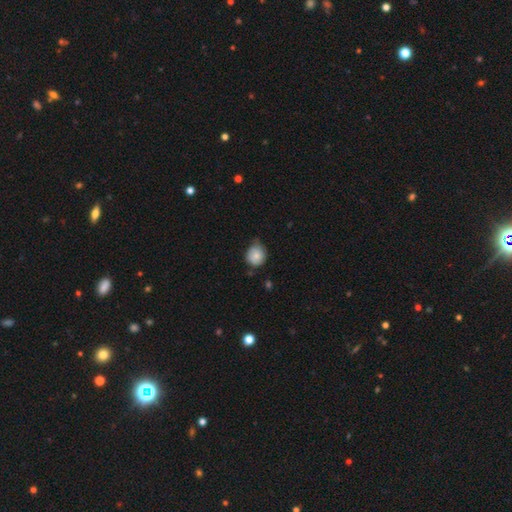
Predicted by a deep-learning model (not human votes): This appears to be a smooth galaxy with no disk features (79%) that is round (84%). Merging: none (56%).